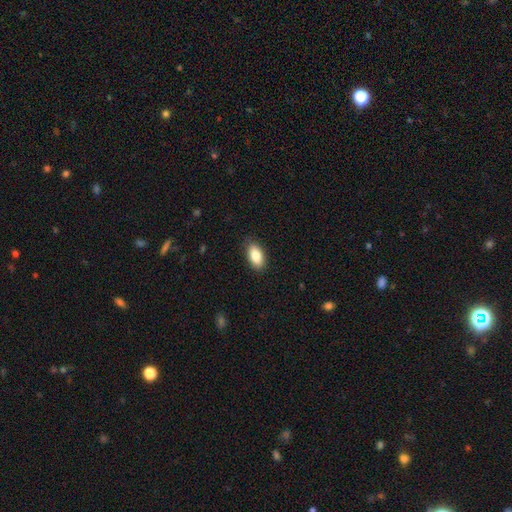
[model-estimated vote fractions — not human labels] Smooth or featured? smooth (85%)
How rounded? in between (92%)
Merging? none (87%)